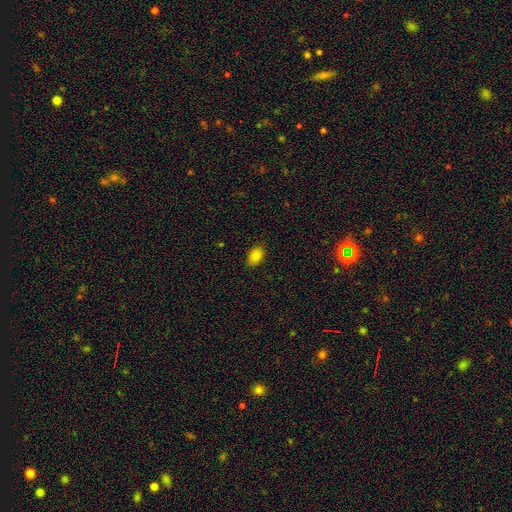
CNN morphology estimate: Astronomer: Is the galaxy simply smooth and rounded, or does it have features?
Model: smooth — 85%.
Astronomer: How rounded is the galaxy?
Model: in between — 88%.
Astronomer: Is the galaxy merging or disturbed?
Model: none — 85%.